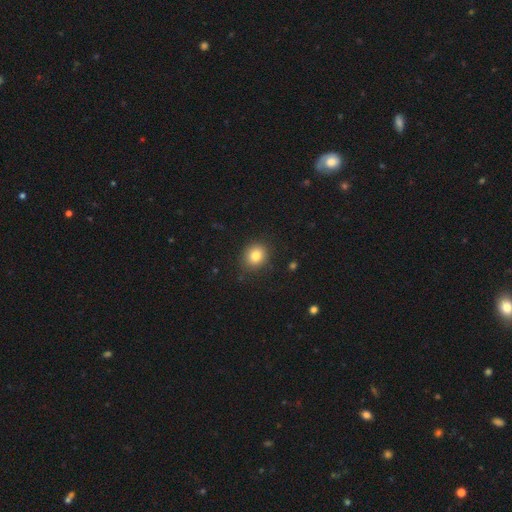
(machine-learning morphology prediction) type=smooth (82%); roundness=round (72%); merging=none (86%).